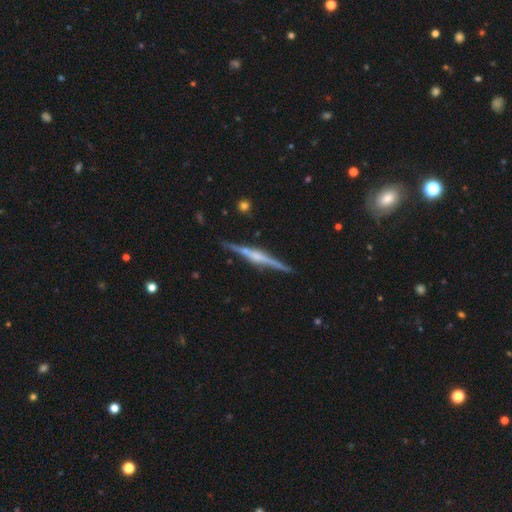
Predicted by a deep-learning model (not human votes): smooth_or_featured: featured or disk (p=0.83) [alt: smooth p=0.12]
disk_edge_on: yes (p=0.98) [alt: no p=0.02]
edge_on_bulge: rounded (p=0.60) [alt: boxy p=0.26]
merging: none (p=0.89) [alt: minor disturbance p=0.08]